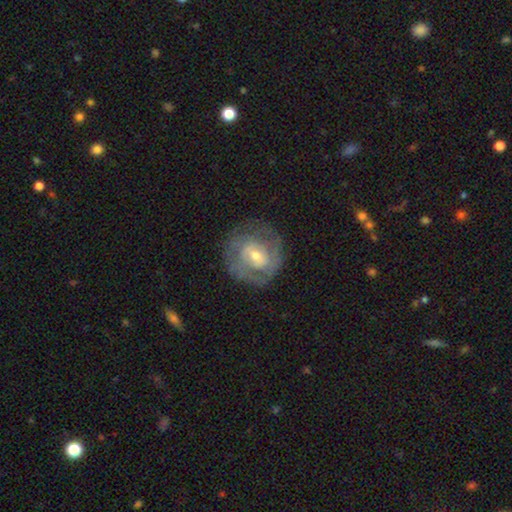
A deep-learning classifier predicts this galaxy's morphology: Q: Smooth or featured?
A: featured or disk (70%); runner-up: smooth (24%)
Q: Edge-on disk?
A: no (97%); runner-up: yes (3%)
Q: Bar?
A: no (48%); runner-up: weak (40%)
Q: Spiral arms?
A: yes (70%); runner-up: no (30%)
Q: Bulge size?
A: moderate (53%); runner-up: small (41%)
Q: Merging?
A: none (70%); runner-up: minor disturbance (17%)